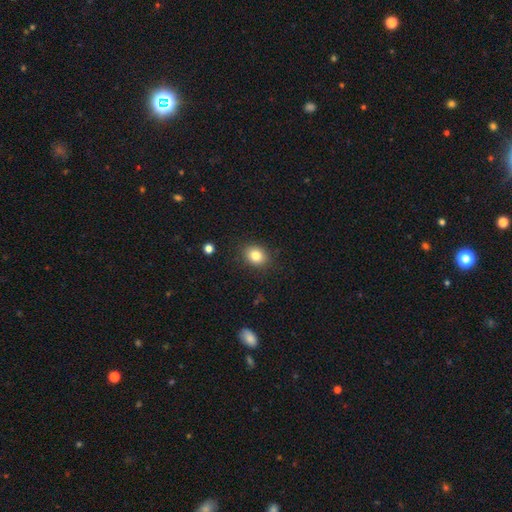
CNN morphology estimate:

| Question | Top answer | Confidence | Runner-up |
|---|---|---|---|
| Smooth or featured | smooth | 83% | star or artifact (10%) |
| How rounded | round | 54% | in between (45%) |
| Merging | none | 86% | minor disturbance (9%) |